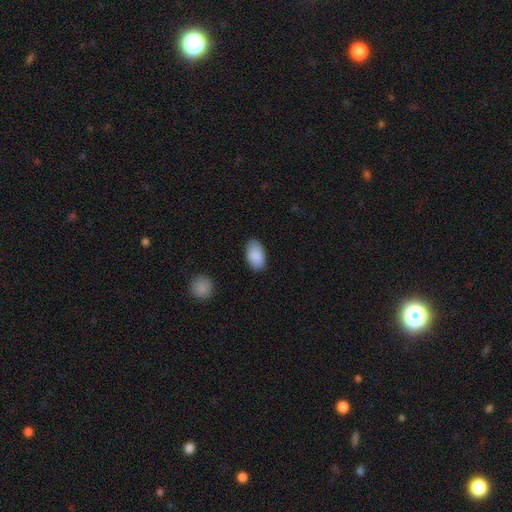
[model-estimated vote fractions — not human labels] Smooth or featured: smooth — 89% (star or artifact — 6%)
How rounded: in between — 94% (round — 5%)
Merging: none — 82% (minor disturbance — 14%)